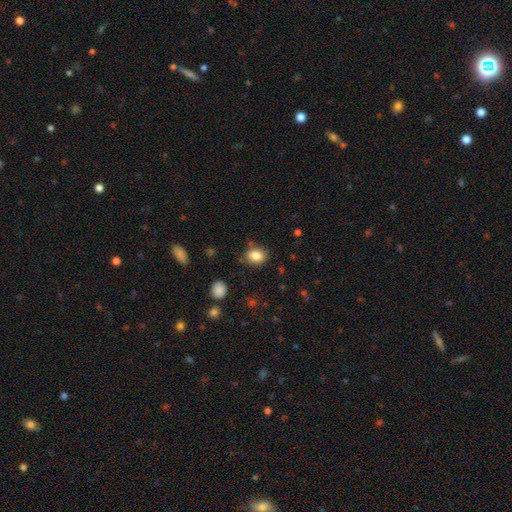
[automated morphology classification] Smooth or featured: smooth — 84% (star or artifact — 10%)
How rounded: in between — 55% (round — 44%)
Merging: none — 80% (minor disturbance — 13%)